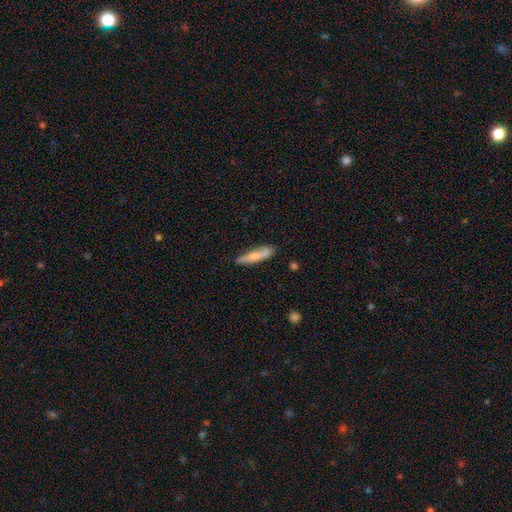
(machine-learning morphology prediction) A smooth galaxy with no disk features (69%) that is cigar-shaped (85%). Merging: none (74%).